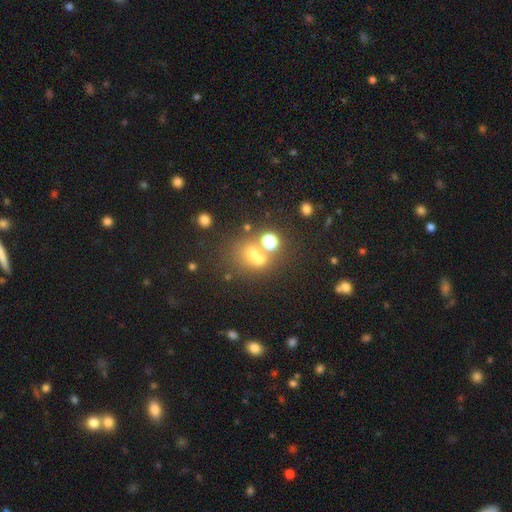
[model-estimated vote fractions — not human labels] Smooth or featured? Predicted: smooth (p=0.55). How rounded? Predicted: round (p=0.78). Merging? Predicted: none (p=0.46).